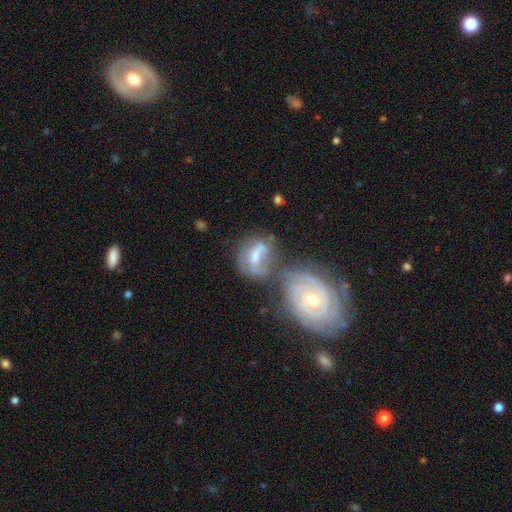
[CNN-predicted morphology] The model was most divided on "bar": weak: 39%, no: 34%, strong: 26%. Remaining: edge-on disk — no (94%); smooth or featured — featured or disk (57%); spiral arms — yes (55%); bulge size — moderate (51%); merging — merger (45%).